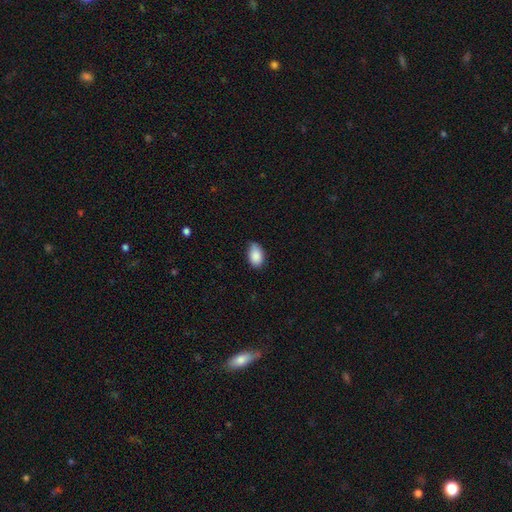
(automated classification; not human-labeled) Smooth or featured? smooth (88%)
How rounded? in between (90%)
Merging? none (67%)